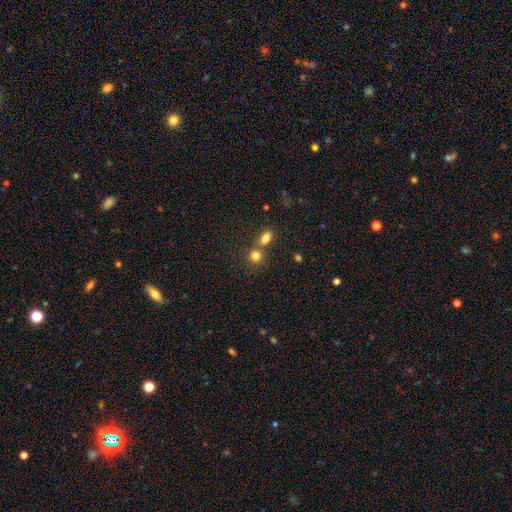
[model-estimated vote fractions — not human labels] The model was most divided on "merging": none: 51%, merger: 38%, minor disturbance: 8%, major disturbance: 3%. More confident: smooth or featured — smooth (80%); how rounded — round (75%).